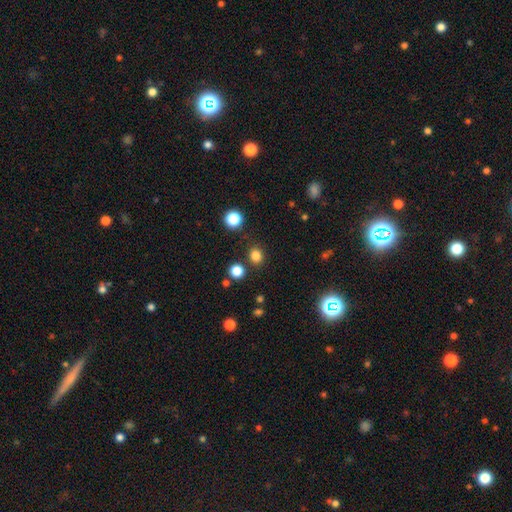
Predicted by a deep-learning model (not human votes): Q: Smooth or featured?
A: smooth (81%); runner-up: star or artifact (14%)
Q: How rounded?
A: round (76%); runner-up: in between (23%)
Q: Merging?
A: none (85%); runner-up: minor disturbance (8%)